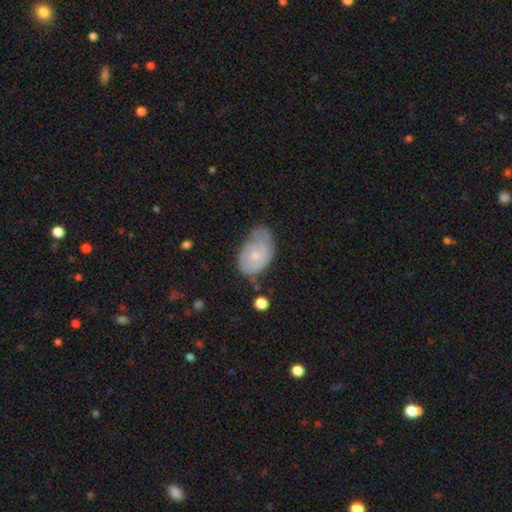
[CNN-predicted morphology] Overall: featured or disk (61%; smooth 32%). Edge-on disk: no (96%). Bar: no (73%). Spiral arms: yes (83%). Bulge size: small (61%; moderate 32%). Merging: none (47%; minor disturbance 36%).